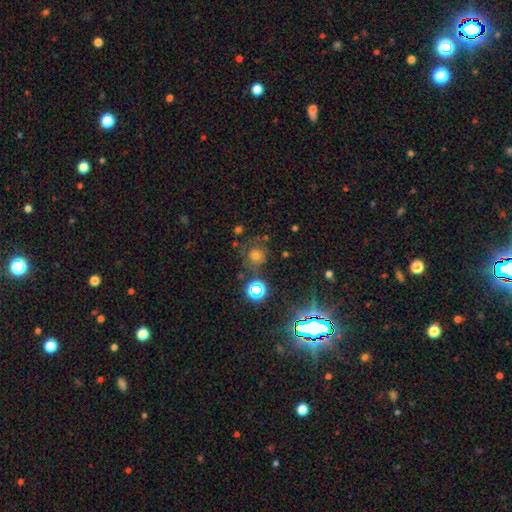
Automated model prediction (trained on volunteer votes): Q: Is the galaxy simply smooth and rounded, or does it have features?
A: smooth — 51%.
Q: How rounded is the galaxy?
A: round — 89%.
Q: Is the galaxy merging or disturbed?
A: none — 70%.